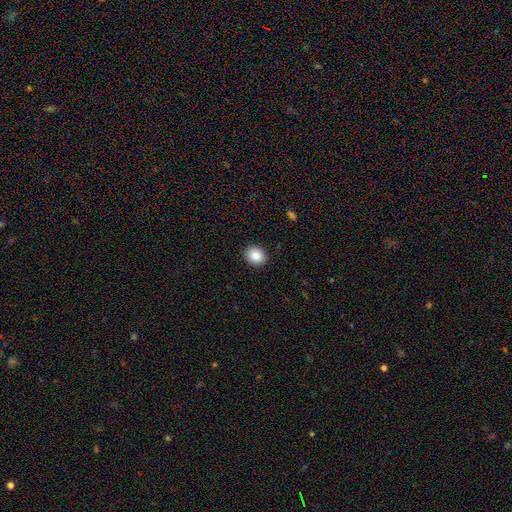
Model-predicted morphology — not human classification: smooth 87%, star or artifact 8%, featured or disk 4%. Down the decision tree: how rounded — round (64%); merging — none (91%).